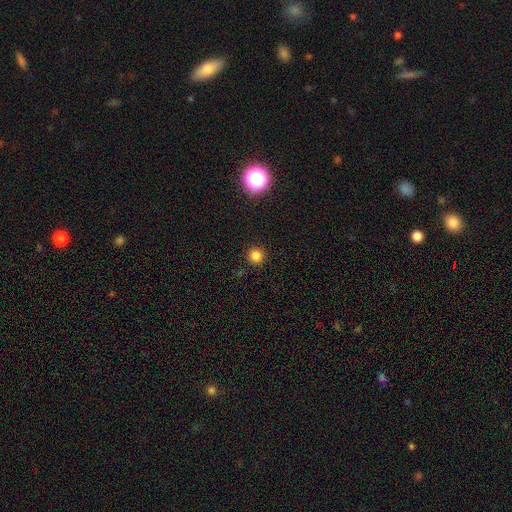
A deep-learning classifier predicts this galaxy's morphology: Smooth or featured? smooth (82%)
How rounded? round (94%)
Merging? none (92%)